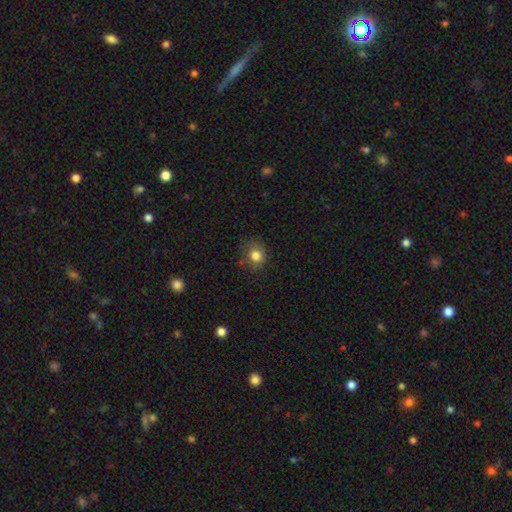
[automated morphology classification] smooth_or_featured: smooth (p=0.80) [alt: star or artifact p=0.11]
how_rounded: round (p=0.73) [alt: in between p=0.26]
merging: none (p=0.73) [alt: minor disturbance p=0.19]